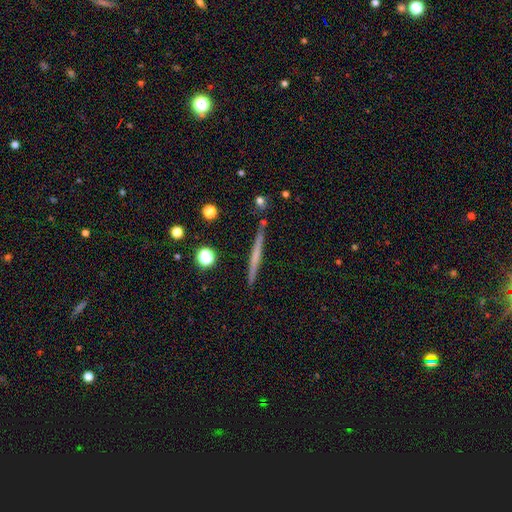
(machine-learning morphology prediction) A featured or disk galaxy (52%) viewed edge-on (97%) with no central bulge (79%).

Vote fractions:
- Smooth or featured? featured or disk: 52% / smooth: 41% / star or artifact: 7%
- Edge-on disk? yes: 97% / no: 3%
- Edge-on bulge? none: 79% / rounded: 15% / boxy: 6%
- Merging? none: 90% / minor disturbance: 7% / merger: 2% / major disturbance: 1%